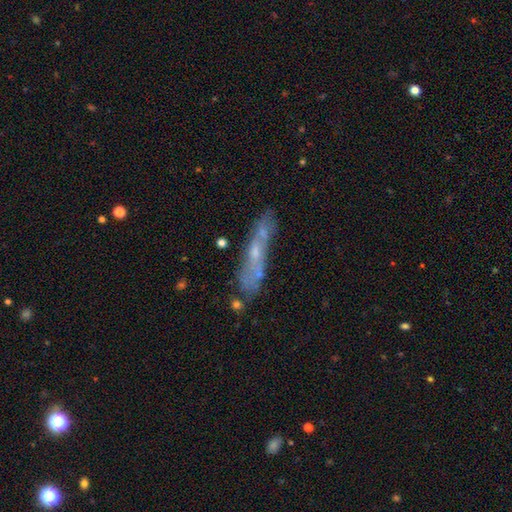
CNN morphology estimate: A featured or disk galaxy (52%) viewed edge-on (52%).

Vote fractions:
- Smooth or featured? featured or disk: 52% / smooth: 36% / star or artifact: 12%
- Edge-on disk? yes: 52% / no: 48%
- Merging? none: 57% / minor disturbance: 20% / merger: 14% / major disturbance: 10%